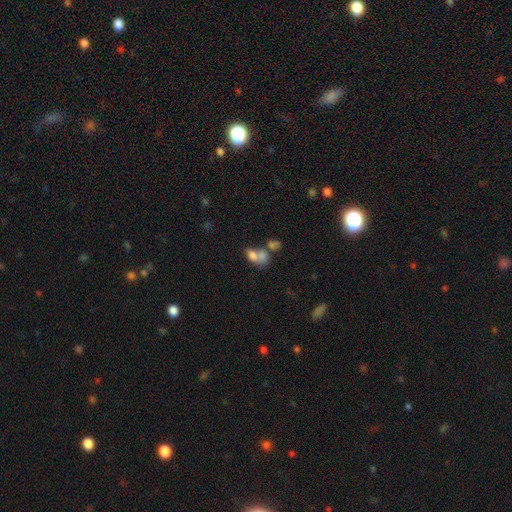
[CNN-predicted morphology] Smooth or featured? Predicted: smooth (p=0.70). How rounded? Predicted: in between (p=0.81). Merging? Predicted: merger (p=0.62).